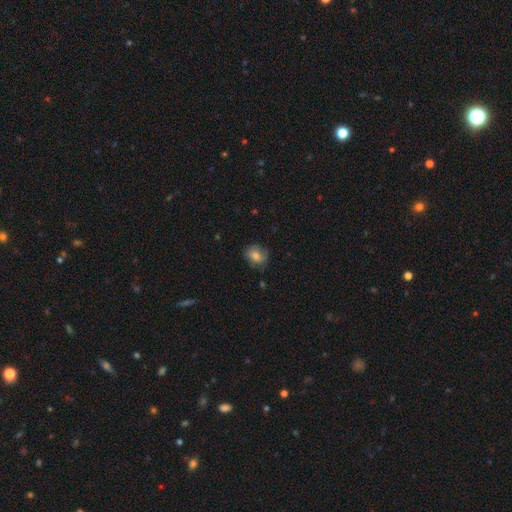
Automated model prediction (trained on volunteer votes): smooth 72%, featured or disk 18%, star or artifact 10%. Down the decision tree: how rounded — round (59%); merging — none (70%).